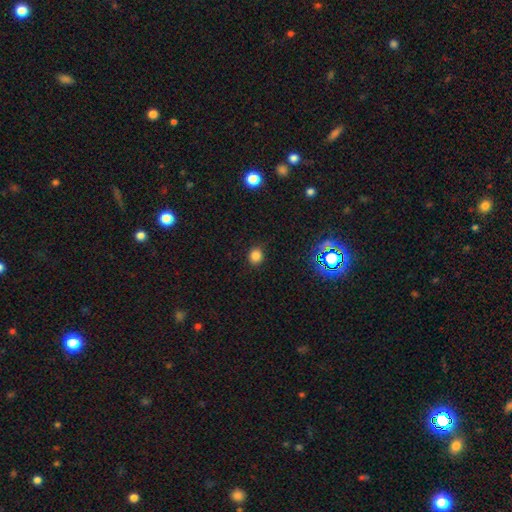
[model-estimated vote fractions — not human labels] Morphology: type=smooth (81%); roundness=round (81%); merging=none (87%).